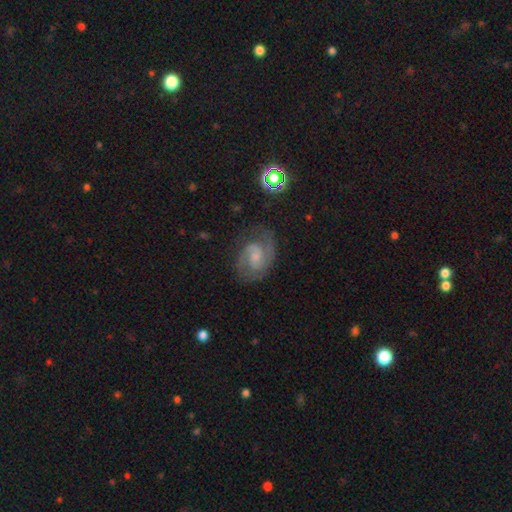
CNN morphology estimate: This is clearly a featured or disk galaxy (83%). It is clearly not viewed edge-on (98%). Bar: possibly weak (50%). Spiral arm pattern: clearly yes (96%). Spiral arm count: clearly 2 (87%). Spiral winding: possibly medium (55%). Central bulge: possibly small (49%). Merging: likely none (73%).